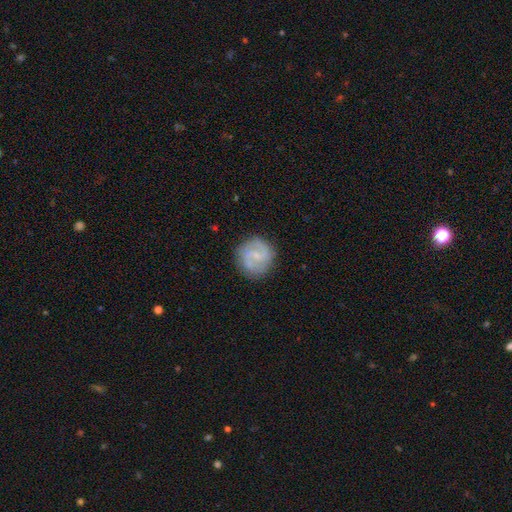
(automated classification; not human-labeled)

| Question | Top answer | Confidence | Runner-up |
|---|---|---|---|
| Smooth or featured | featured or disk | 70% | smooth (24%) |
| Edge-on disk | no | 98% | yes (2%) |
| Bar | weak | 51% | no (37%) |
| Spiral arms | yes | 89% | no (11%) |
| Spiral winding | medium | 50% | tight (25%) |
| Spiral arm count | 2 | 80% | can't tell (10%) |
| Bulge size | small | 66% | moderate (20%) |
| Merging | none | 79% | minor disturbance (14%) |